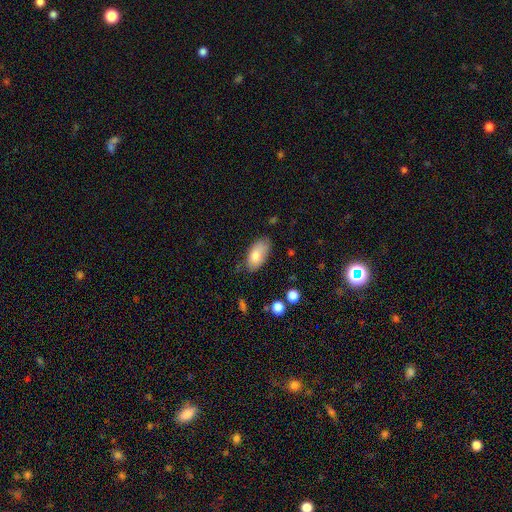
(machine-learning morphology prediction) The model was most divided on "merging": none: 67%, minor disturbance: 25%, major disturbance: 5%, merger: 2%. More confident: how rounded — in between (94%); smooth or featured — smooth (78%).